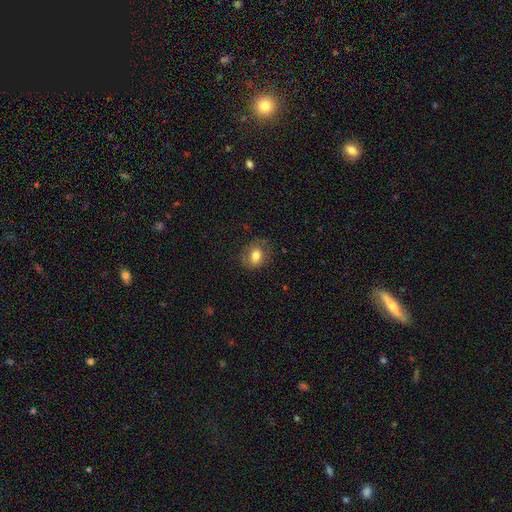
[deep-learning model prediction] A smooth galaxy with no disk features (74%) that is in between round and cigar-shaped (55%). Merging: none (72%).